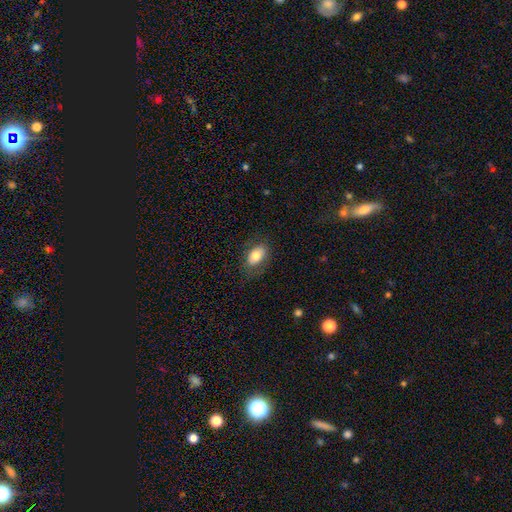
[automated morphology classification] The model was most divided on "smooth or featured": smooth: 76%, featured or disk: 17%, star or artifact: 7%. More confident: how rounded — in between (90%); merging — none (78%).